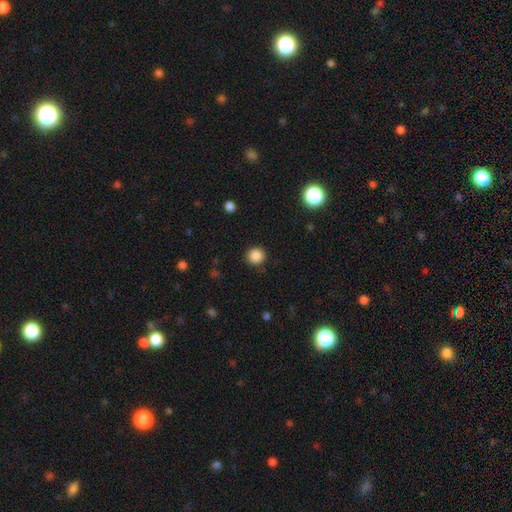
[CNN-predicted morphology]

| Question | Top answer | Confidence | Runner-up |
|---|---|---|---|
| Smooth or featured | smooth | 86% | star or artifact (11%) |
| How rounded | round | 93% | in between (6%) |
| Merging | none | 90% | minor disturbance (7%) |